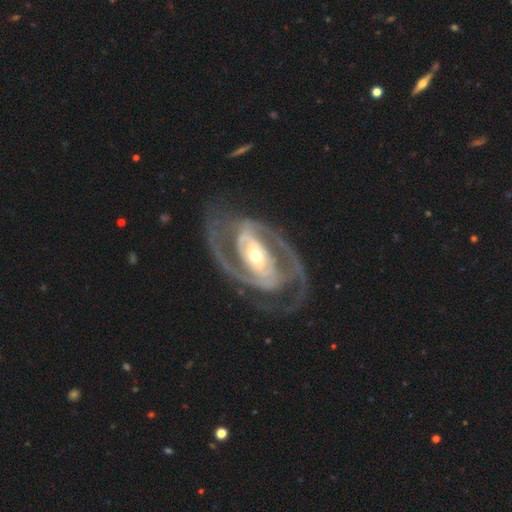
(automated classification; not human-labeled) A featured or disk galaxy (92%) with a strong bar (54%), 2 (86%) medium (46%) spiral arms (96%) and a small central bulge (47%). Merging: none (76%).